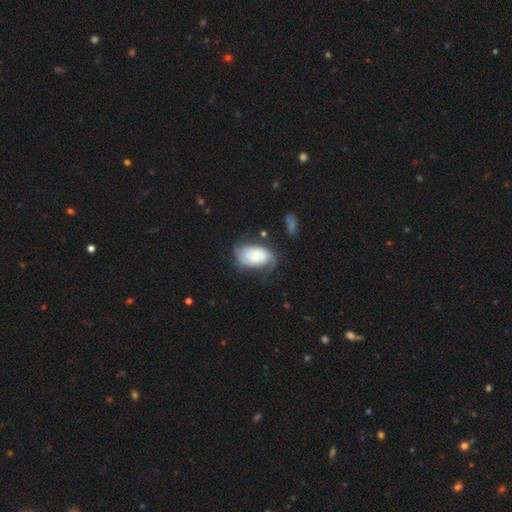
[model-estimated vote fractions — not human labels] A featured or disk galaxy (57%) with no bar (67%), spiral arms (83%) and a small central bulge (45%). Merging: none (48%).